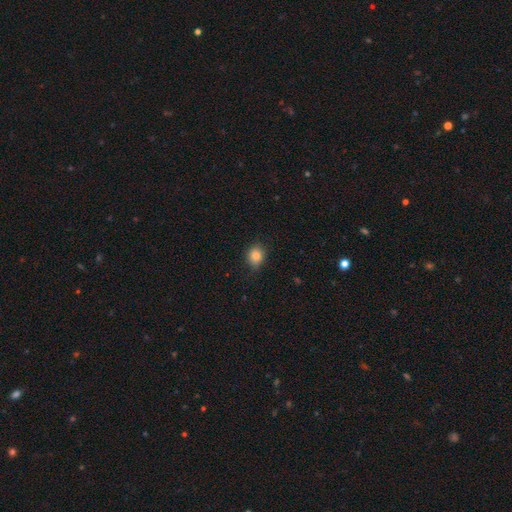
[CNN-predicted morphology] A smooth galaxy with no disk features (85%) that is round (63%). Merging: none (79%).